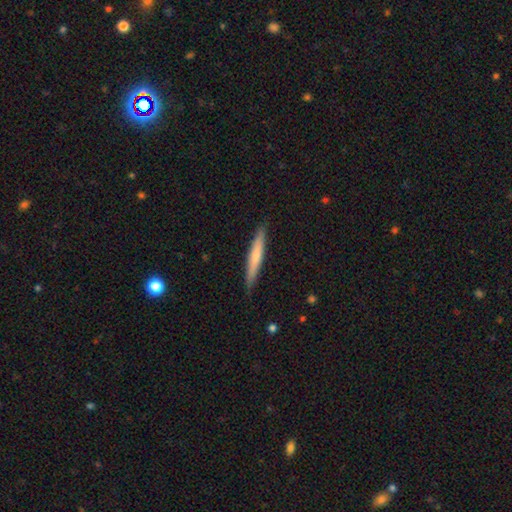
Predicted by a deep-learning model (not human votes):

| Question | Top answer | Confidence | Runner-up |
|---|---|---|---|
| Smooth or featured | smooth | 59% | featured or disk (36%) |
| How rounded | cigar-shaped | 95% | in between (4%) |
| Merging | none | 90% | minor disturbance (8%) |